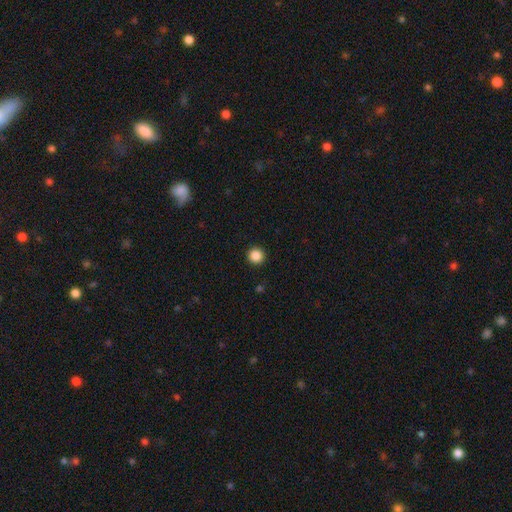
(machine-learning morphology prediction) This is clearly a smooth galaxy (87%). How rounded: clearly round (96%). Merging: clearly none (93%).